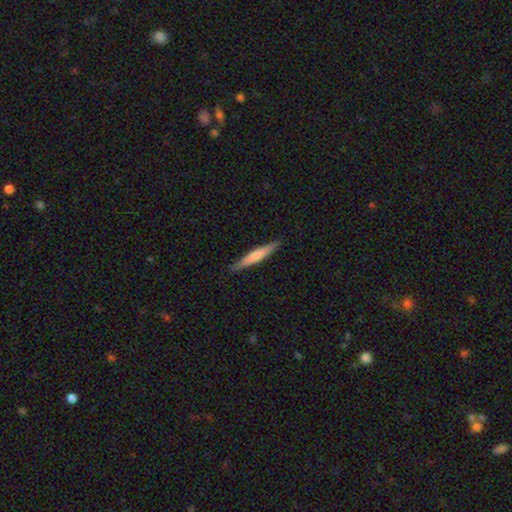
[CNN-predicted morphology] smooth_or_featured: smooth (p=0.55) [alt: featured or disk p=0.40]
how_rounded: cigar-shaped (p=0.94) [alt: in between p=0.05]
merging: none (p=0.90) [alt: minor disturbance p=0.07]